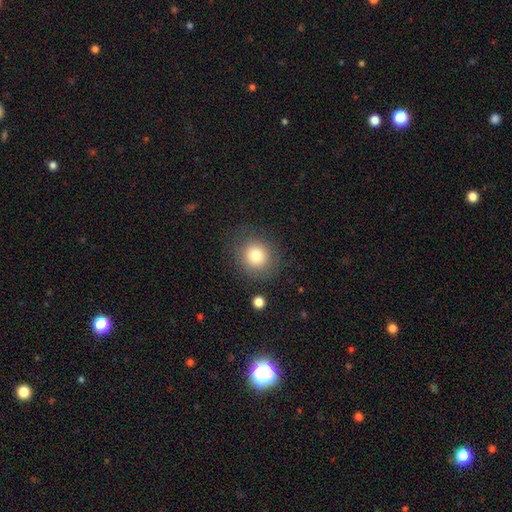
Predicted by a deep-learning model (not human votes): This is likely a smooth galaxy (79%). How rounded: clearly round (87%). Merging: clearly none (83%).